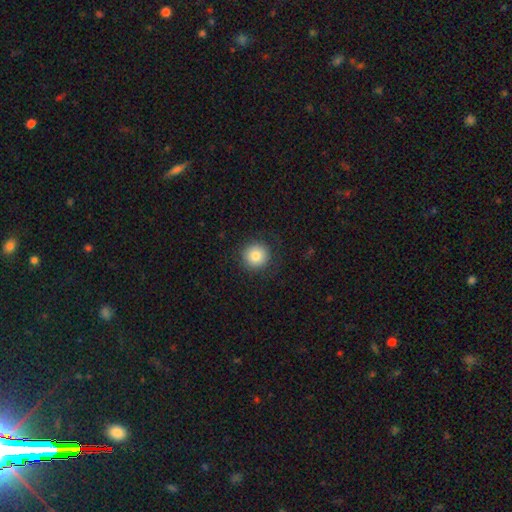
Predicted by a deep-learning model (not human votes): Smooth or featured? smooth (82%)
How rounded? round (95%)
Merging? none (88%)